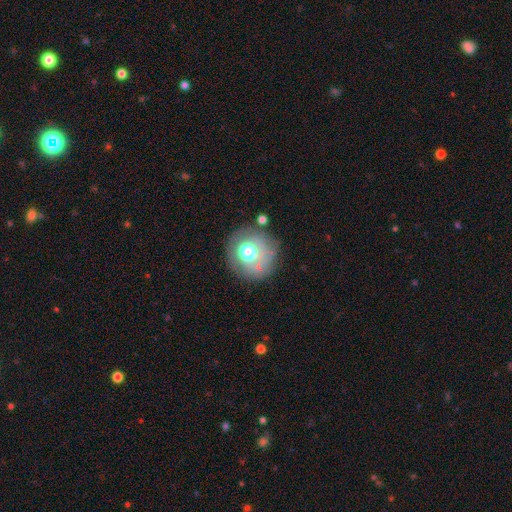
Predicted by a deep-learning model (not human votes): smooth 49%, featured or disk 34%, star or artifact 17%. Down the decision tree: merging — none (74%).